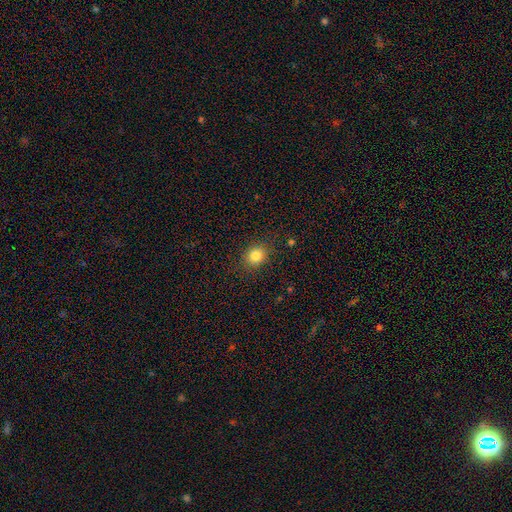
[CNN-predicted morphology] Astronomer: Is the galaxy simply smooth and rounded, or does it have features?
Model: smooth — 82%.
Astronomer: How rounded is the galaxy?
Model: round — 64%.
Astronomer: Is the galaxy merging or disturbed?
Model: none — 86%.